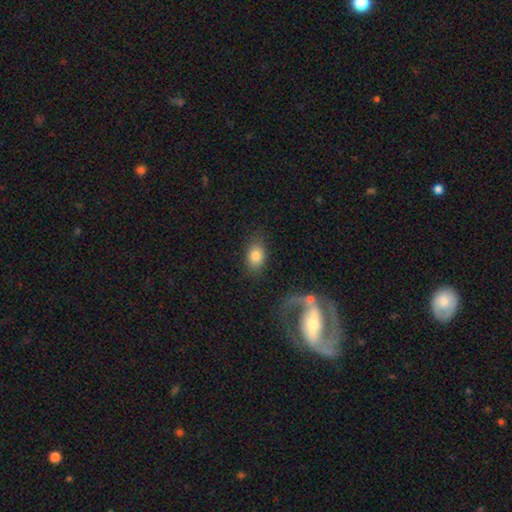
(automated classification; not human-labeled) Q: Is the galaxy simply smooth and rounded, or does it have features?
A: smooth — 82%.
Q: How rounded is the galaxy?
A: in between — 77%.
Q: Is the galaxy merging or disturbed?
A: none — 77%.